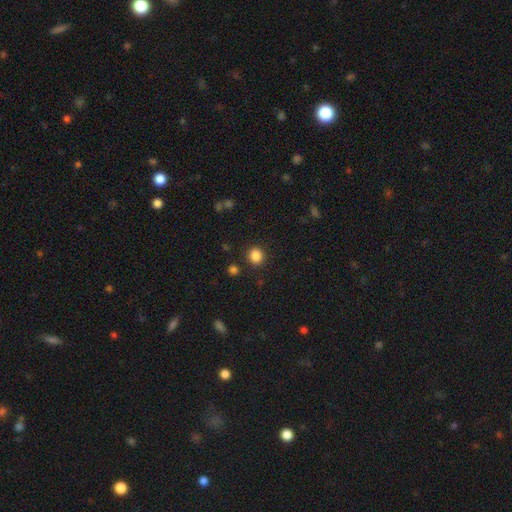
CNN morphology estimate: Overall: smooth (85%). How rounded: round (84%). Merging: none (89%).